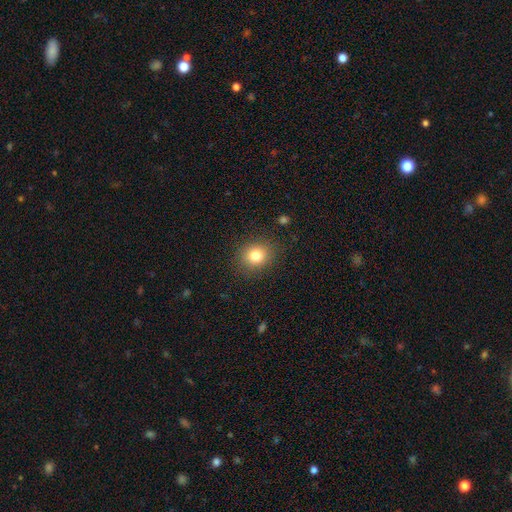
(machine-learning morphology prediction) Smooth or featured? smooth (80%)
How rounded? round (75%)
Merging? none (87%)